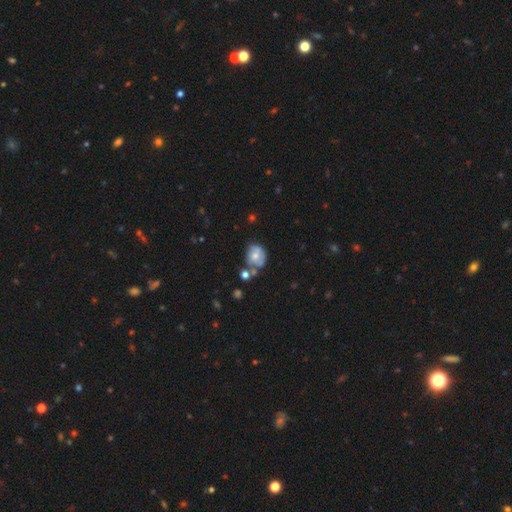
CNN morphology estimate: Smooth or featured?
  - smooth: 51% *
  - featured or disk: 40%
  - star or artifact: 9%
How rounded?
  - round: 57% *
  - in between: 42%
  - cigar-shaped: 1%
Merging?
  - none: 42% *
  - minor disturbance: 26%
  - merger: 22%
  - major disturbance: 11%